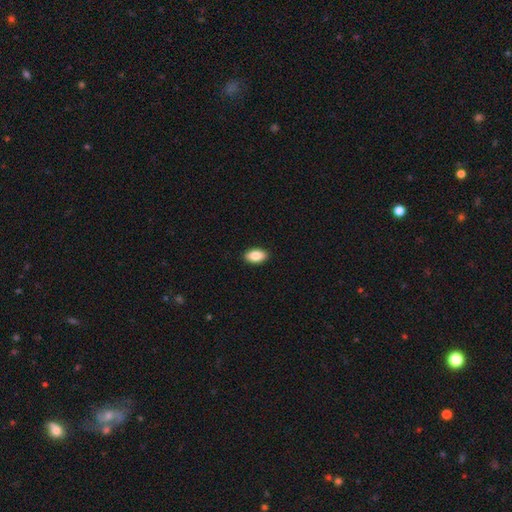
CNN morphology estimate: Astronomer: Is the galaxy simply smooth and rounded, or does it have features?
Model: smooth — 85%.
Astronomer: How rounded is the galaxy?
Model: in between — 93%.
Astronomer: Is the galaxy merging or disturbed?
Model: none — 91%.